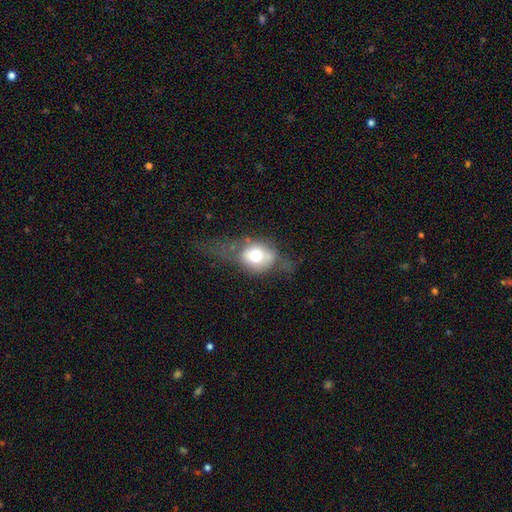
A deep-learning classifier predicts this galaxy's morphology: A smooth galaxy with no disk features (54%) that is round (49%). Merging: none (41%).